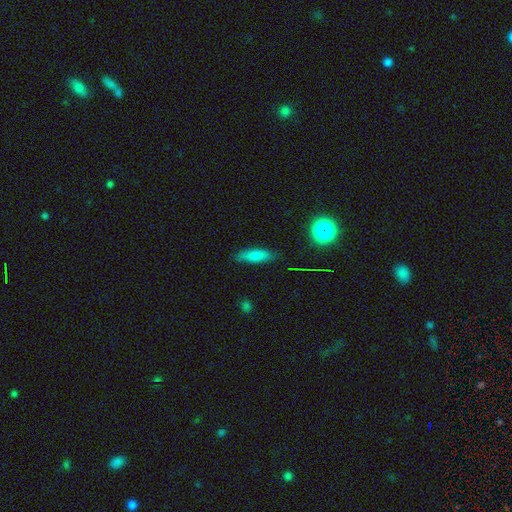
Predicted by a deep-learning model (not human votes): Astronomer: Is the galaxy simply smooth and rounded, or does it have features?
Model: smooth — 76%.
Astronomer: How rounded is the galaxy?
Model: in between — 49% (runner-up: cigar-shaped, 48%).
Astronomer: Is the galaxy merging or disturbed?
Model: none — 82%.